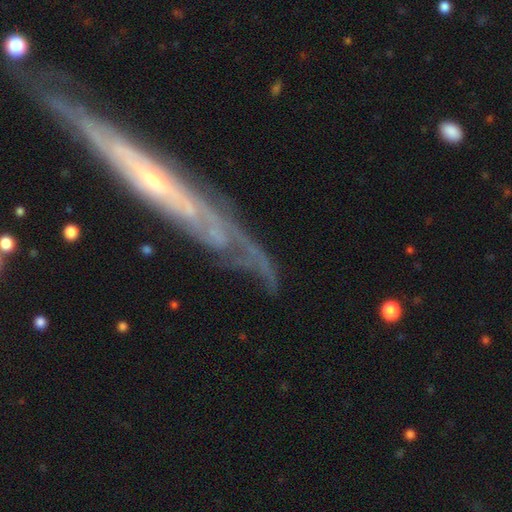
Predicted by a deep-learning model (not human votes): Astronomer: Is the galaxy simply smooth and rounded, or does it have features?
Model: featured or disk — 76%.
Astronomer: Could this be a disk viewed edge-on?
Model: no — 61% (runner-up: yes, 39%).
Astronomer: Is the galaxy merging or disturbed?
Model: none — 59%.